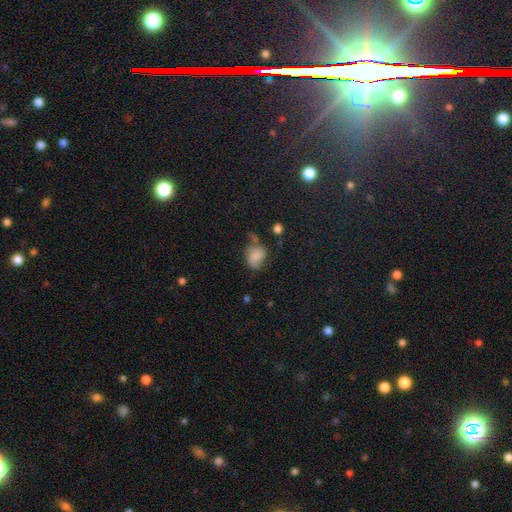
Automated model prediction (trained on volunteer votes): A smooth galaxy with no disk features (60%) that is in between round and cigar-shaped (55%).

Vote fractions:
- Smooth or featured? smooth: 60% / featured or disk: 27% / star or artifact: 13%
- How rounded? in between: 55% / round: 43% / cigar-shaped: 1%
- Merging? none: 41% / minor disturbance: 31% / major disturbance: 19% / merger: 8%